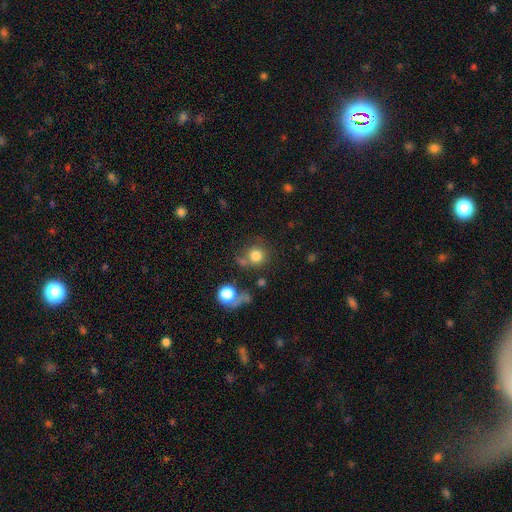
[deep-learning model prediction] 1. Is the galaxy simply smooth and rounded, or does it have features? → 79% smooth, 13% star or artifact, 8% featured or disk.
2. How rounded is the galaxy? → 90% round, 9% in between, 1% cigar-shaped.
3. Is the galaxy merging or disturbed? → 62% none, 17% merger, 13% minor disturbance, 8% major disturbance.